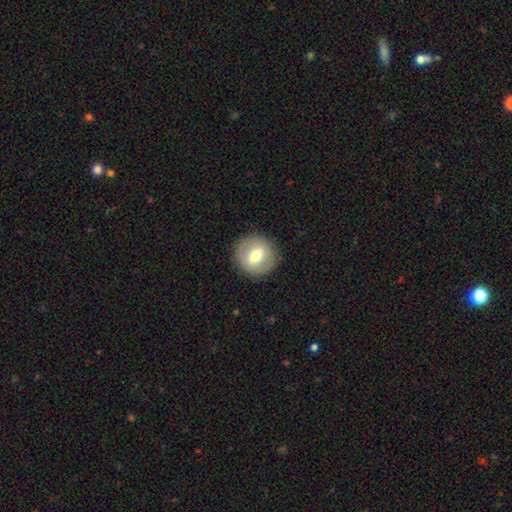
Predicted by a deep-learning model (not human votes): This appears to be a smooth galaxy with no disk features (56%) that is round (88%). Merging: none (89%).